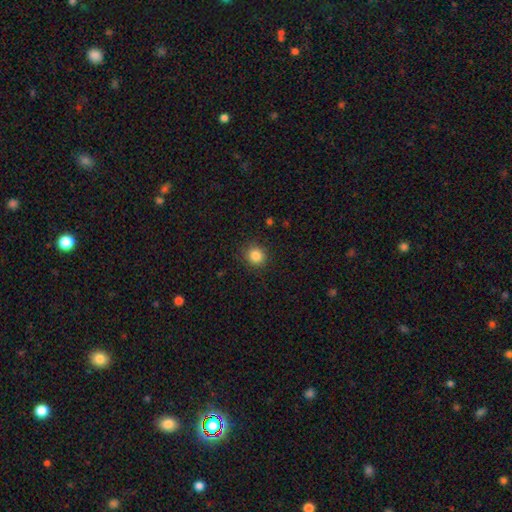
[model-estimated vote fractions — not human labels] smooth-or-featured: smooth: 85% | star or artifact: 11% | featured or disk: 4%
  how-rounded: round: 88% | in between: 11% | cigar-shaped: 1%
  merging: none: 88% | minor disturbance: 8% | major disturbance: 3% | merger: 1%